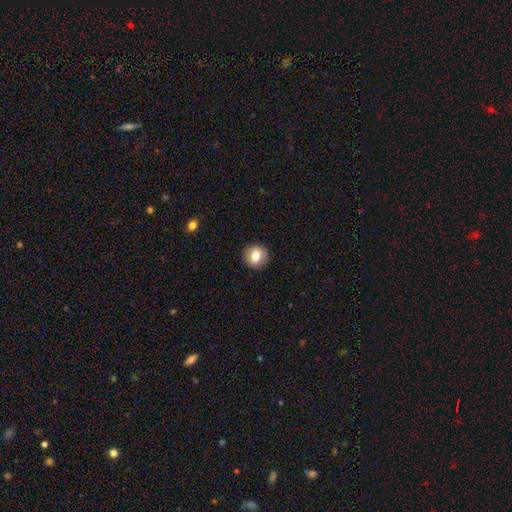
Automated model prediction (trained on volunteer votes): Q: Smooth or featured?
A: smooth (76%); runner-up: featured or disk (15%)
Q: How rounded?
A: round (89%); runner-up: in between (10%)
Q: Merging?
A: none (90%); runner-up: minor disturbance (7%)